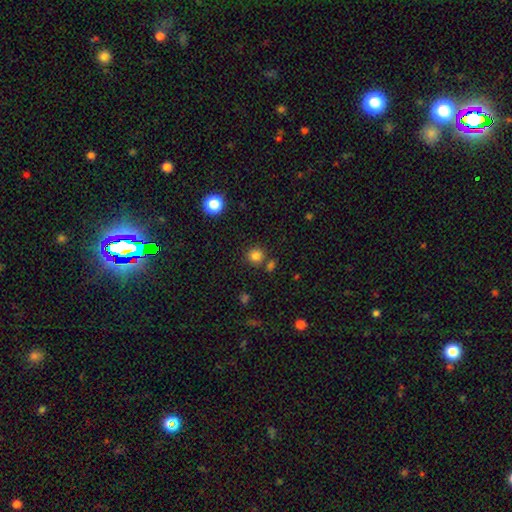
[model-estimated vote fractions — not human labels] Smooth or featured?
  - smooth: 81% *
  - star or artifact: 14%
  - featured or disk: 5%
How rounded?
  - round: 92% *
  - in between: 7%
  - cigar-shaped: 1%
Merging?
  - none: 79% *
  - merger: 10%
  - minor disturbance: 8%
  - major disturbance: 3%